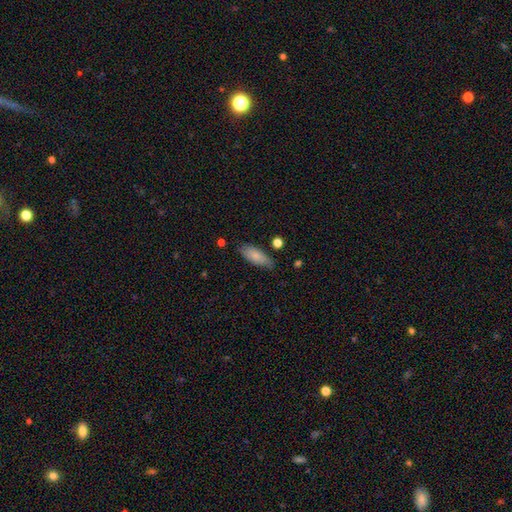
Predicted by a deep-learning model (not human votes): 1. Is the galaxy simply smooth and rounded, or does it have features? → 81% smooth, 13% featured or disk, 6% star or artifact.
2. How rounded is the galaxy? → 78% in between, 20% cigar-shaped, 2% round.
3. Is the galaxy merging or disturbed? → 75% none, 19% minor disturbance, 3% major disturbance, 2% merger.